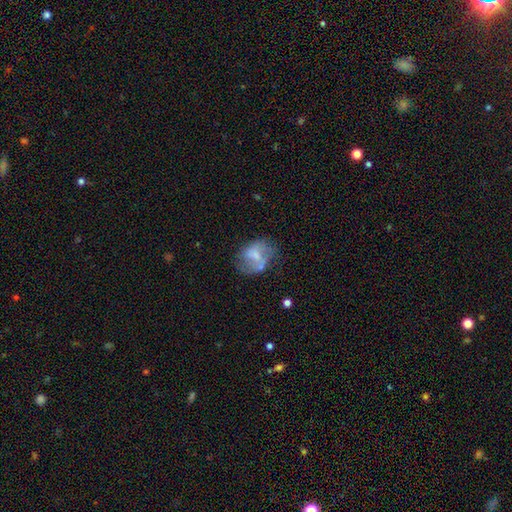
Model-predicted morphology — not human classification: Q: Smooth or featured?
A: smooth (46%); tied with: featured or disk (46%)
Q: Merging?
A: none (41%); runner-up: minor disturbance (27%)